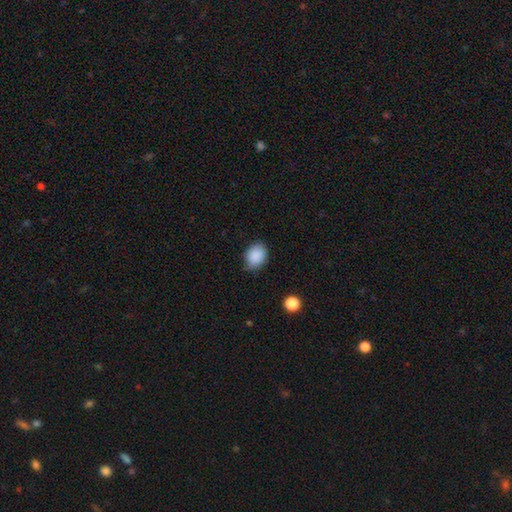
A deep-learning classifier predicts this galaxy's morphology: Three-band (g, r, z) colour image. It shows a smooth galaxy with no disk features (88%) that is in between round and cigar-shaped (59%). Merging: none (74%).